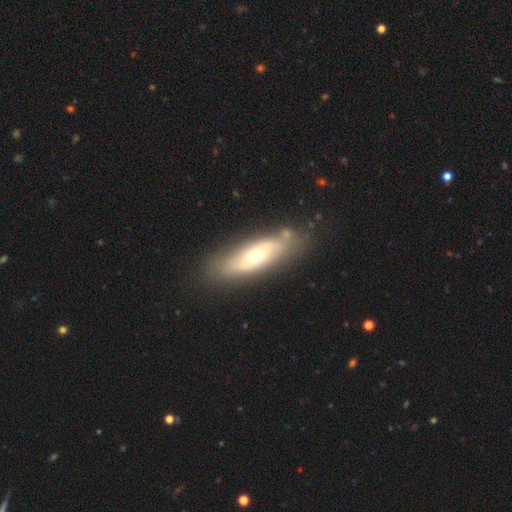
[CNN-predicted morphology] This is possibly a featured or disk galaxy (53%). It is likely not viewed edge-on (73%). Merging: likely none (76%).